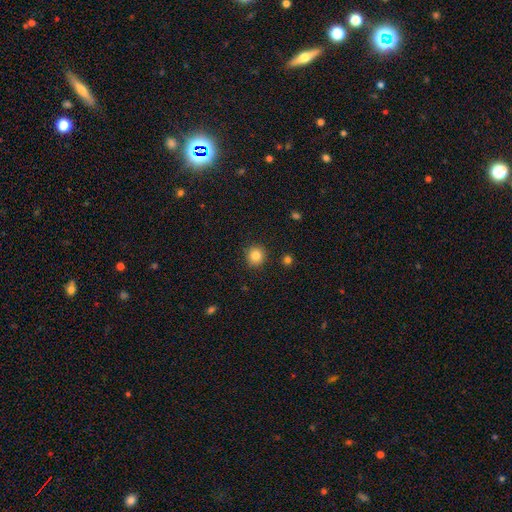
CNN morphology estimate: smooth_or_featured: smooth (p=0.84) [alt: star or artifact p=0.11]
how_rounded: round (p=0.91) [alt: in between p=0.08]
merging: none (p=0.90) [alt: minor disturbance p=0.06]